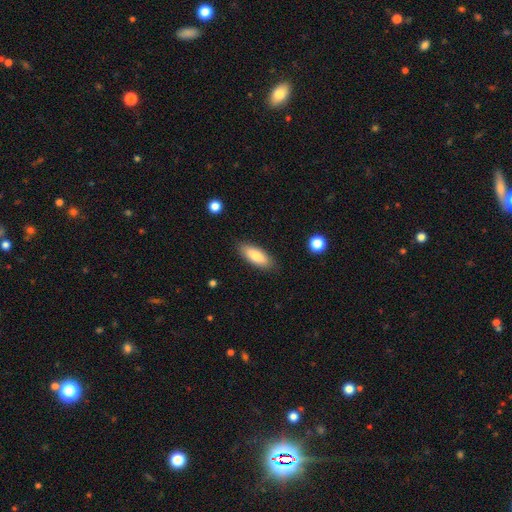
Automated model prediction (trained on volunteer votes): Smooth or featured? Predicted: smooth (p=0.81). How rounded? Predicted: in between (p=0.72). Merging? Predicted: none (p=0.86).